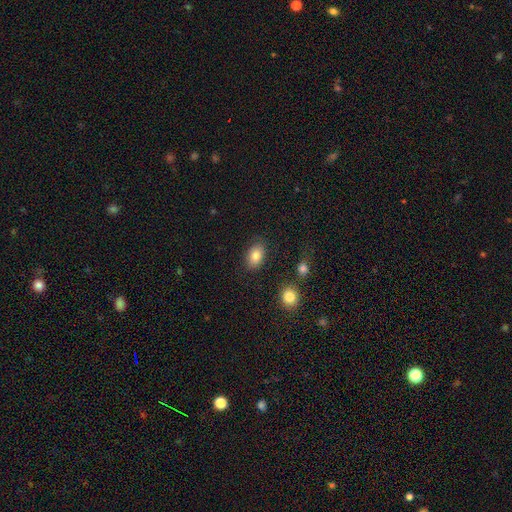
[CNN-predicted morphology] Smooth or featured: smooth — 85% (star or artifact — 8%)
How rounded: in between — 85% (round — 13%)
Merging: none — 82% (minor disturbance — 12%)